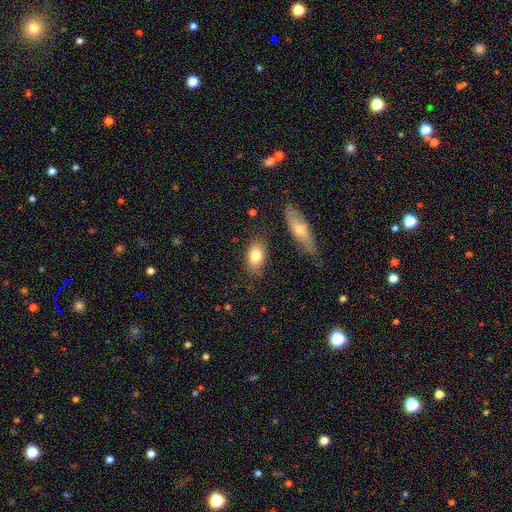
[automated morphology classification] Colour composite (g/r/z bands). It shows a smooth galaxy with no disk features (80%) that is in between round and cigar-shaped (85%). Merging: none (79%).